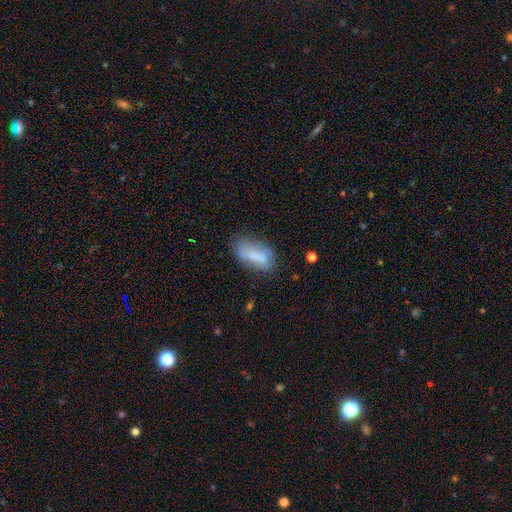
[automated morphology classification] Smooth or featured?
  - smooth: 72% *
  - featured or disk: 20%
  - star or artifact: 8%
How rounded?
  - in between: 85% *
  - cigar-shaped: 13%
  - round: 3%
Merging?
  - none: 57% *
  - minor disturbance: 27%
  - major disturbance: 11%
  - merger: 6%